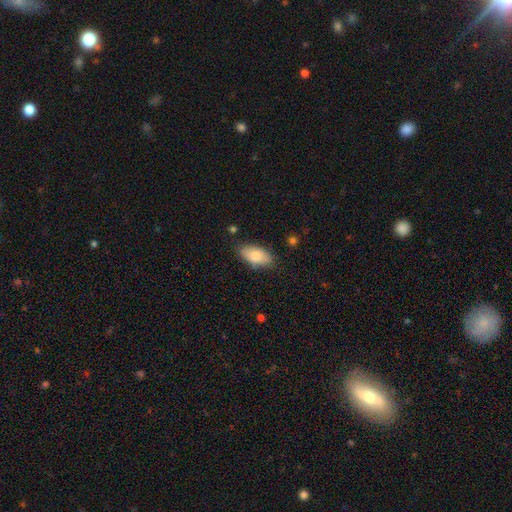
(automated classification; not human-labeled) Smooth or featured: smooth — 79% (featured or disk — 15%)
How rounded: in between — 92% (cigar-shaped — 5%)
Merging: none — 82% (minor disturbance — 14%)